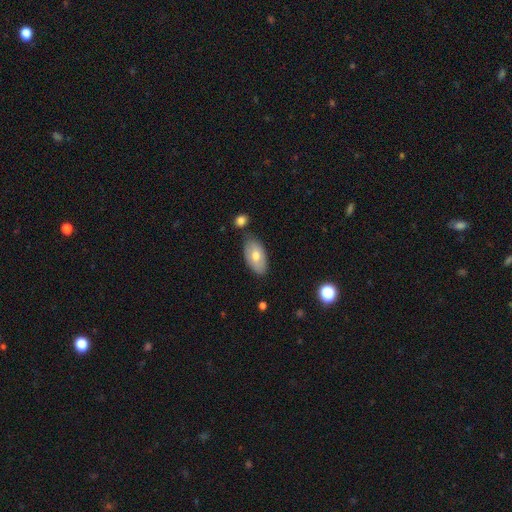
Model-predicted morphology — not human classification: Smooth or featured: smooth — 68% (featured or disk — 26%)
How rounded: in between — 94% (round — 3%)
Merging: none — 74% (minor disturbance — 17%)